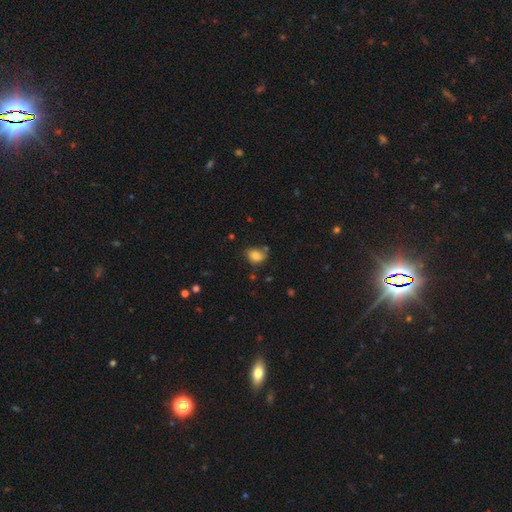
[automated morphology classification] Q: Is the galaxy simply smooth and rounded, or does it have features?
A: smooth — 80%.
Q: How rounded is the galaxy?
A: in between — 53%.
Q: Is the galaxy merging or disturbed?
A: none — 62%.